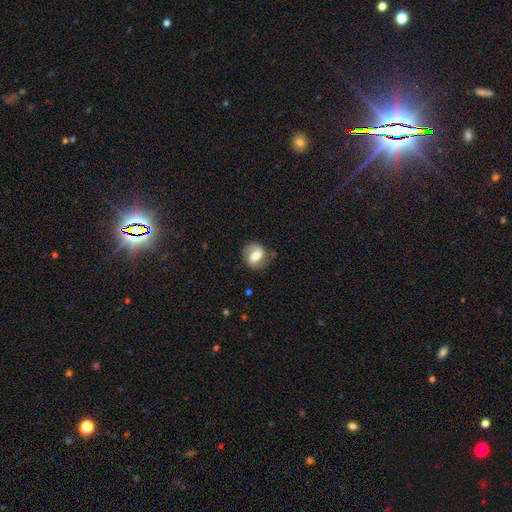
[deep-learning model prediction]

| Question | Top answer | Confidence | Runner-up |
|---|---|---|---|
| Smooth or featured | featured or disk | 66% | smooth (26%) |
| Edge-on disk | no | 97% | yes (3%) |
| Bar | weak | 43% | strong (34%) |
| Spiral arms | yes | 87% | no (13%) |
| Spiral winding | medium | 47% | tight (29%) |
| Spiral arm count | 2 | 82% | 1 (9%) |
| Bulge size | moderate | 48% | large (30%) |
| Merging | none | 73% | minor disturbance (17%) |